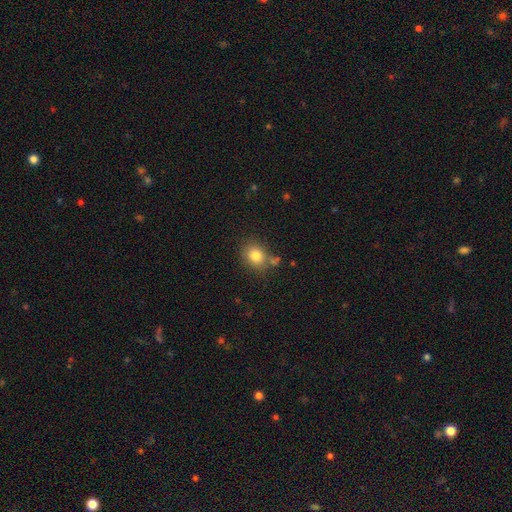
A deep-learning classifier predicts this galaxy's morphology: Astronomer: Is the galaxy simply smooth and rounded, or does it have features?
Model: smooth — 82%.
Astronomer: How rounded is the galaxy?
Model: round — 62%.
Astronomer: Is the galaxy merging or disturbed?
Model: none — 71%.